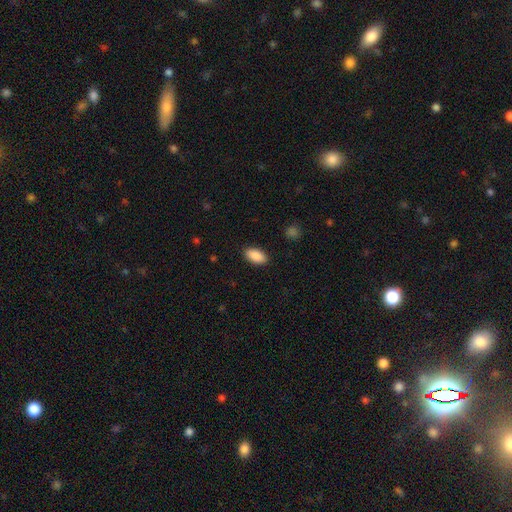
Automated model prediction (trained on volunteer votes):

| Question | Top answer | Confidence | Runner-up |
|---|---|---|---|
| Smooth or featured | smooth | 90% | star or artifact (7%) |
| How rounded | in between | 93% | cigar-shaped (4%) |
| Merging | none | 89% | minor disturbance (8%) |